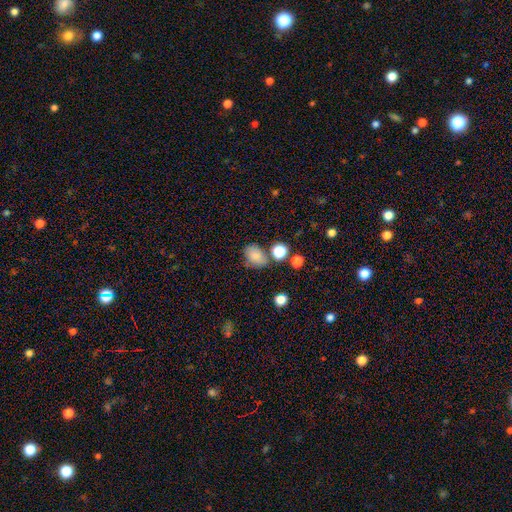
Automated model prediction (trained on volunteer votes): The model was most divided on "merging": none: 64%, minor disturbance: 19%, merger: 12%, major disturbance: 6%. More confident: smooth or featured — smooth (78%); how rounded — in between (74%).